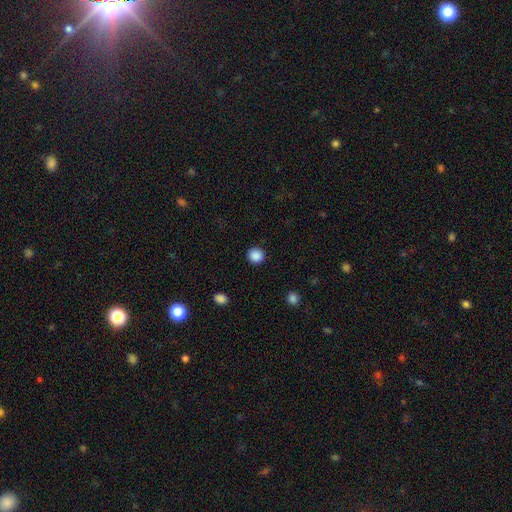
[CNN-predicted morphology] smooth_or_featured: smooth (p=0.88) [alt: star or artifact p=0.10]
how_rounded: round (p=0.94) [alt: in between p=0.05]
merging: none (p=0.92) [alt: minor disturbance p=0.05]